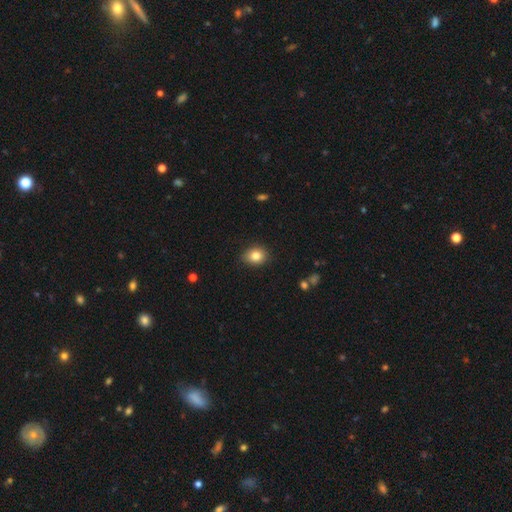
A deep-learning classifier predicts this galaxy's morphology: Smooth or featured? Predicted: smooth (p=0.83). How rounded? Predicted: round (p=0.57). Merging? Predicted: none (p=0.85).